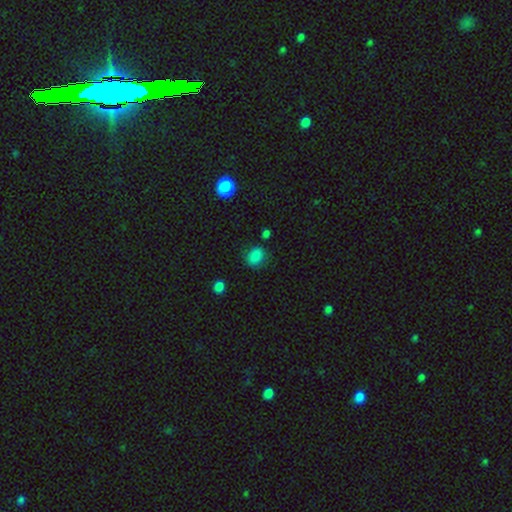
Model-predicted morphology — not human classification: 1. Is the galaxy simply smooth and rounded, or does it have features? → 84% smooth, 12% star or artifact, 4% featured or disk.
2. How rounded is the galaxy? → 60% in between, 39% round, 1% cigar-shaped.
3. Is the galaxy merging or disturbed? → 73% none, 19% minor disturbance, 5% major disturbance, 3% merger.